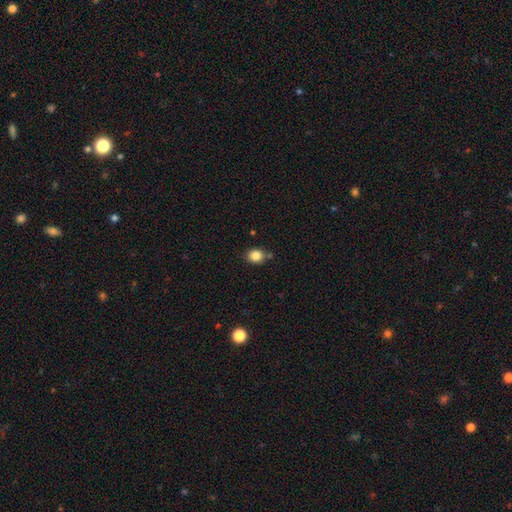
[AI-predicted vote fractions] A smooth galaxy with no disk features (85%) that is round (67%). Merging: none (80%).